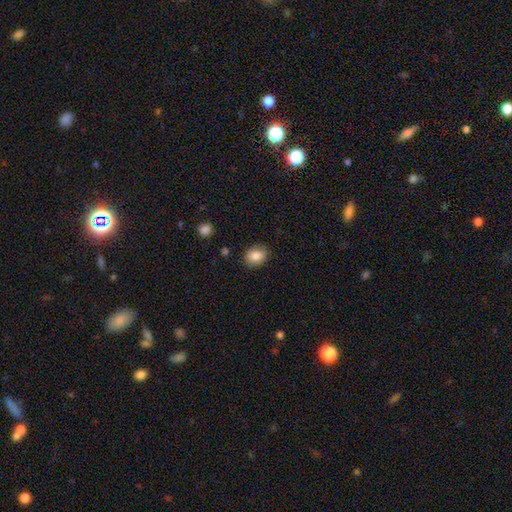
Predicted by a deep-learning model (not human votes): Overall: smooth (85%). How rounded: in between (51%; round 48%). Merging: none (86%).